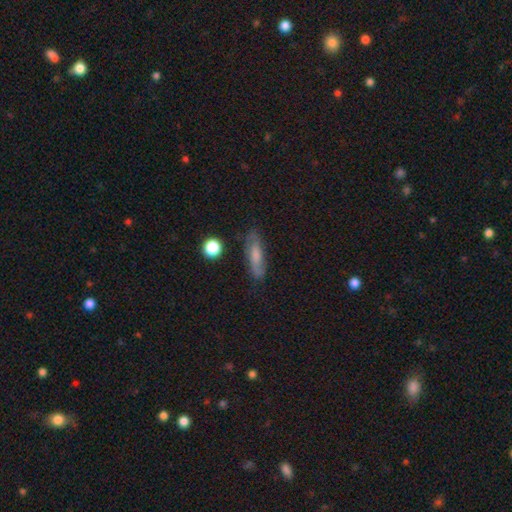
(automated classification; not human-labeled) The model was most divided on "how rounded": cigar-shaped: 52%, in between: 43%, round: 4%. More confident: merging — none (74%); smooth or featured — smooth (57%).